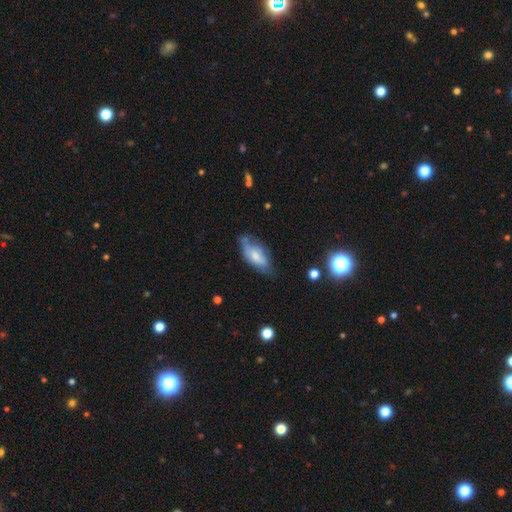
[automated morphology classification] This appears to be a smooth galaxy with no disk features (63%) that is in between round and cigar-shaped (89%). Merging: none (47%).